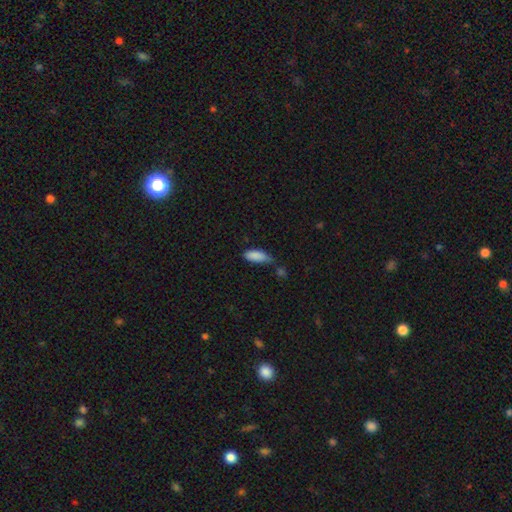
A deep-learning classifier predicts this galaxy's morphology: A smooth galaxy with no disk features (87%) that is in between round and cigar-shaped (75%). Merging: none (43%).